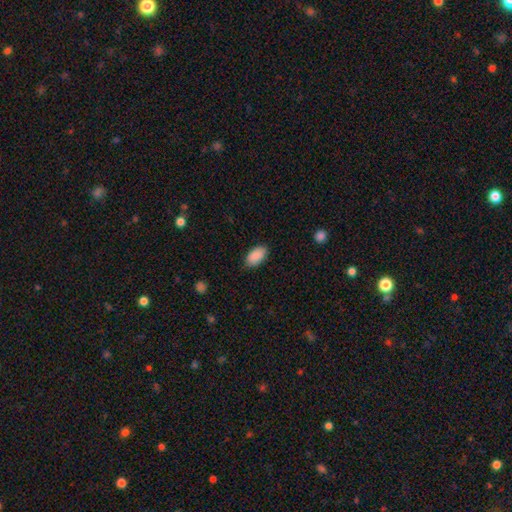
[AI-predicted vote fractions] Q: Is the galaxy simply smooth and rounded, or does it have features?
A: smooth — 90%.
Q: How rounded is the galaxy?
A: in between — 94%.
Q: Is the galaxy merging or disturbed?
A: none — 84%.